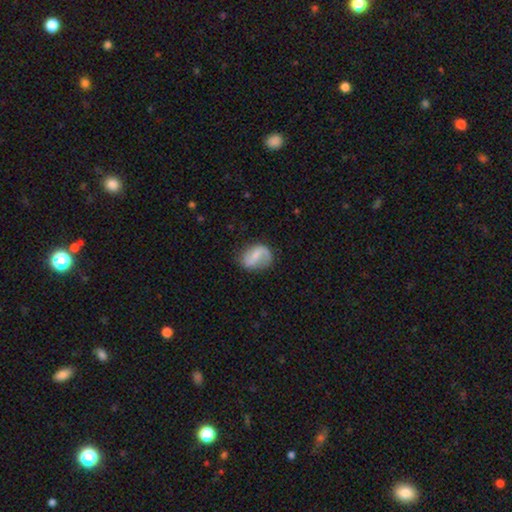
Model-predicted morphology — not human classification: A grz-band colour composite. It shows a featured or disk galaxy (58%) with a weak bar (48%), spiral arms (86%) and a small central bulge (46%). Merging: none (62%).